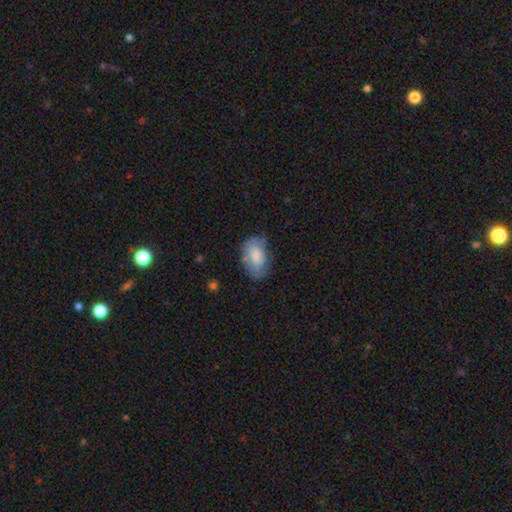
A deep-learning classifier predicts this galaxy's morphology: Smooth or featured: smooth — 73% (featured or disk — 20%)
How rounded: in between — 90% (round — 8%)
Merging: none — 60% (minor disturbance — 28%)